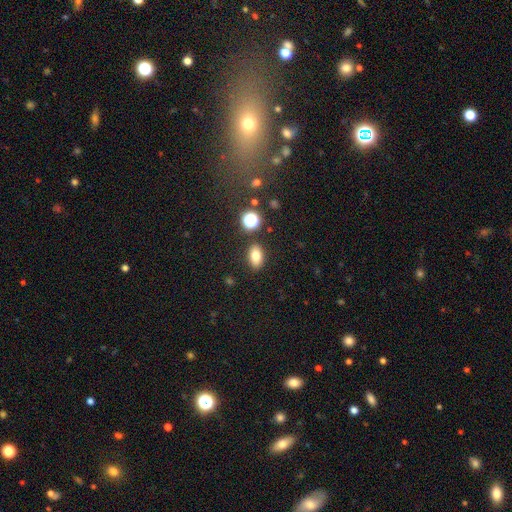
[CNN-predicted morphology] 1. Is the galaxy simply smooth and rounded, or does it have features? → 77% smooth, 13% star or artifact, 11% featured or disk.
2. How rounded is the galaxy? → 85% in between, 12% round, 3% cigar-shaped.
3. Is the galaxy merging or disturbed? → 85% none, 9% minor disturbance, 3% merger, 3% major disturbance.